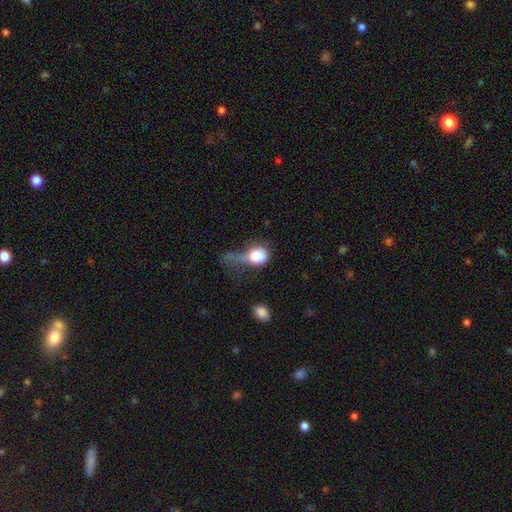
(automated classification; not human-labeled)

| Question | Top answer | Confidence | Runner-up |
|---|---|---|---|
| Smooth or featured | smooth | 74% | featured or disk (17%) |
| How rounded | round | 56% | in between (41%) |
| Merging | major disturbance | 55% | minor disturbance (19%) |